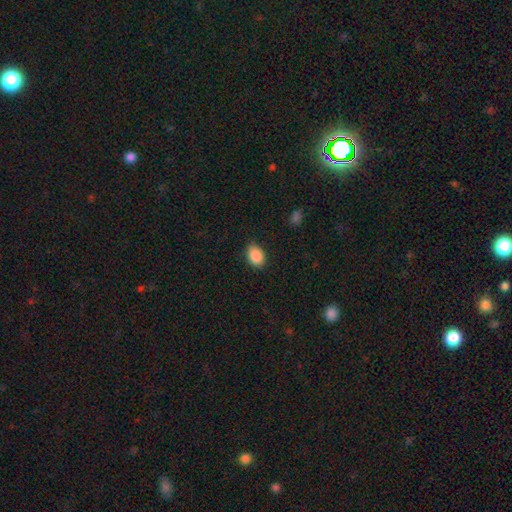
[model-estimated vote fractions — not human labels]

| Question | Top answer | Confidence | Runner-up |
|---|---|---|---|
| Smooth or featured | smooth | 89% | star or artifact (7%) |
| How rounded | in between | 79% | round (20%) |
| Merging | none | 84% | minor disturbance (12%) |